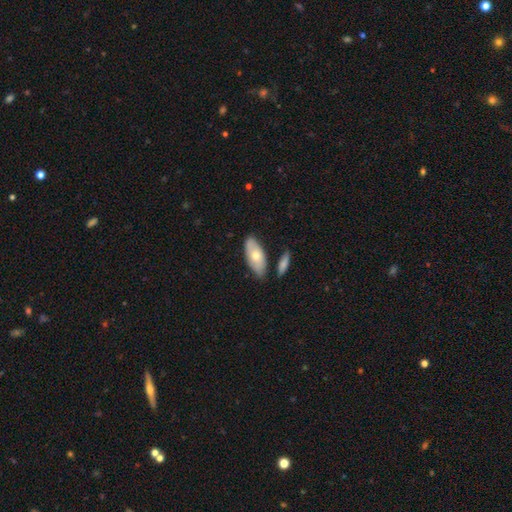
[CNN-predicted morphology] smooth-or-featured: smooth: 64% | featured or disk: 30% | star or artifact: 6%
  how-rounded: in between: 87% | cigar-shaped: 10% | round: 3%
  merging: none: 72% | minor disturbance: 17% | merger: 7% | major disturbance: 3%